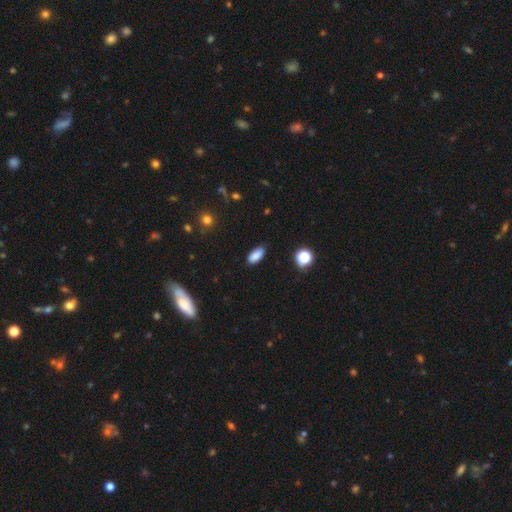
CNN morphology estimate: Overall: smooth (86%). How rounded: in between (85%). Merging: none (85%).